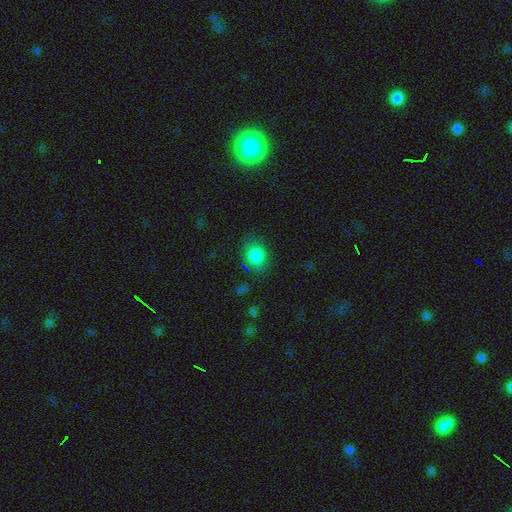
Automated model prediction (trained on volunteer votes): Smooth or featured? Predicted: smooth (p=0.84). How rounded? Predicted: round (p=0.54). Merging? Predicted: none (p=0.80).